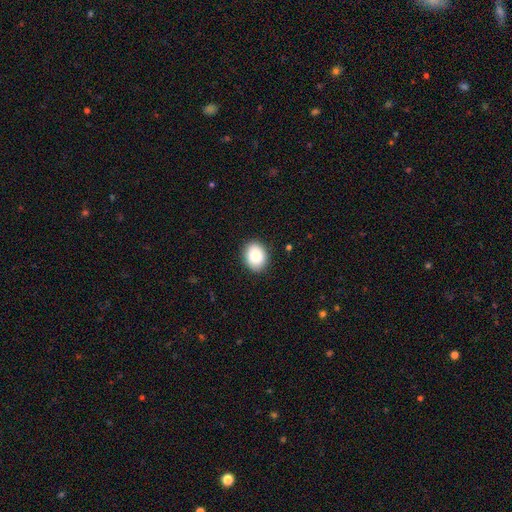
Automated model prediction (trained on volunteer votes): Smooth or featured?
  - smooth: 87% *
  - star or artifact: 7%
  - featured or disk: 6%
How rounded?
  - in between: 63% *
  - round: 36%
  - cigar-shaped: 1%
Merging?
  - none: 89% *
  - minor disturbance: 8%
  - major disturbance: 2%
  - merger: 1%